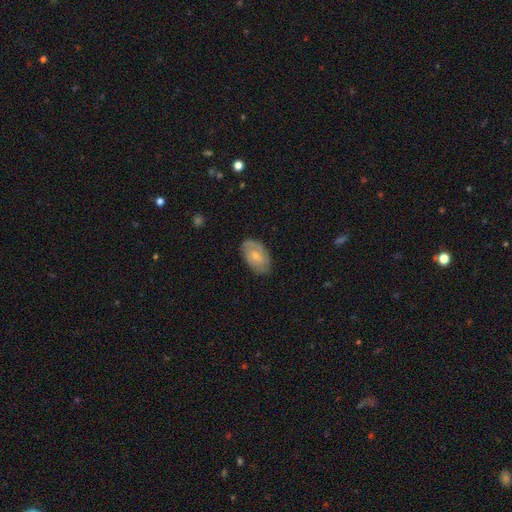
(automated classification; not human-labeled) A featured or disk galaxy (48%). Merging: none (77%).